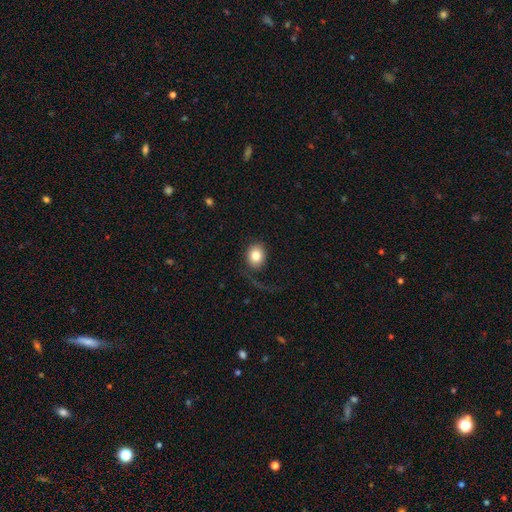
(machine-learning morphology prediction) The model was most divided on "how rounded": round: 64%, in between: 35%, cigar-shaped: 1%. More confident: smooth or featured — smooth (82%); merging — none (67%).